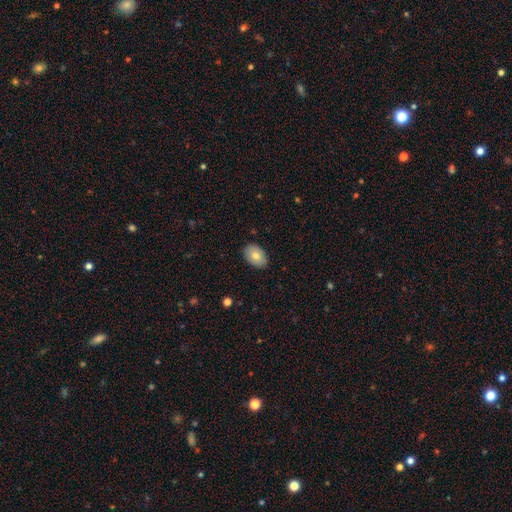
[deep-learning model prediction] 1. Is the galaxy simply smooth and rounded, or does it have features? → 75% smooth, 17% featured or disk, 7% star or artifact.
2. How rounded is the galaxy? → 86% in between, 13% round, 1% cigar-shaped.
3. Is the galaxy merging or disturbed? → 87% none, 10% minor disturbance, 2% major disturbance, 1% merger.